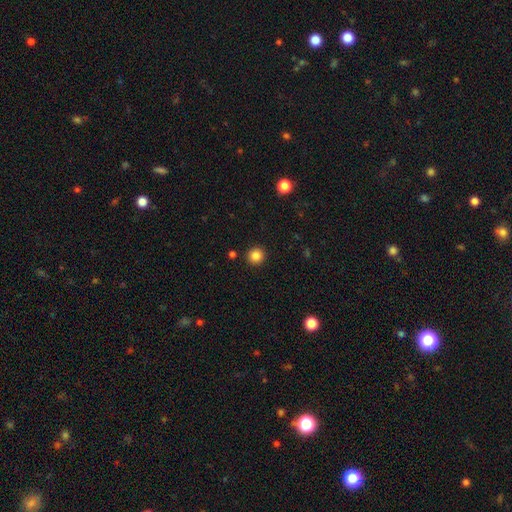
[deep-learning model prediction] smooth 85%, star or artifact 11%, featured or disk 4%. Down the decision tree: how rounded — round (94%); merging — none (92%).